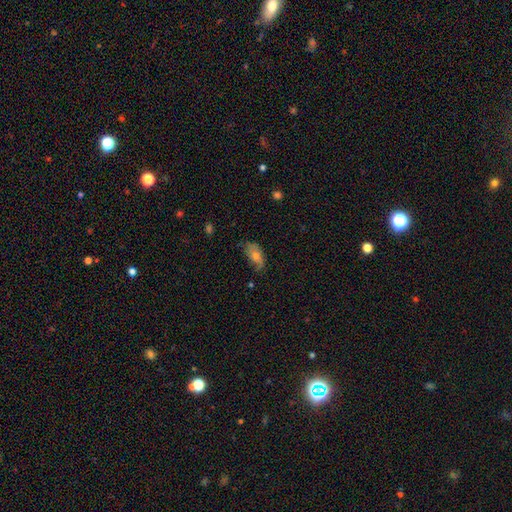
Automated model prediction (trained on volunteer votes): Smooth or featured? Predicted: smooth (p=0.52). How rounded? Predicted: in between (p=0.87). Merging? Predicted: none (p=0.55).